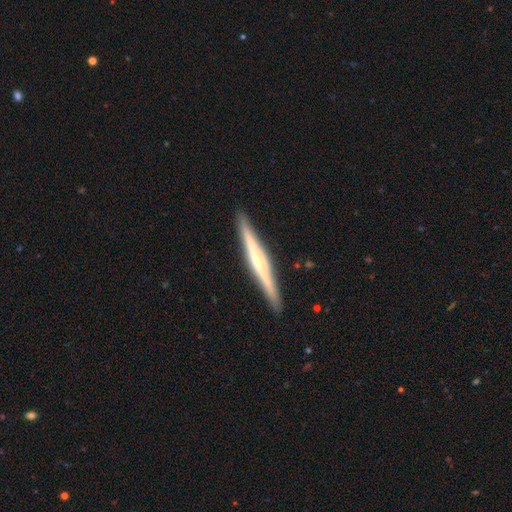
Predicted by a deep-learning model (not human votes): featured or disk 73%, smooth 22%, star or artifact 5%. Down the decision tree: edge-on disk — yes (97%); edge-on bulge — rounded (66%); merging — none (92%).